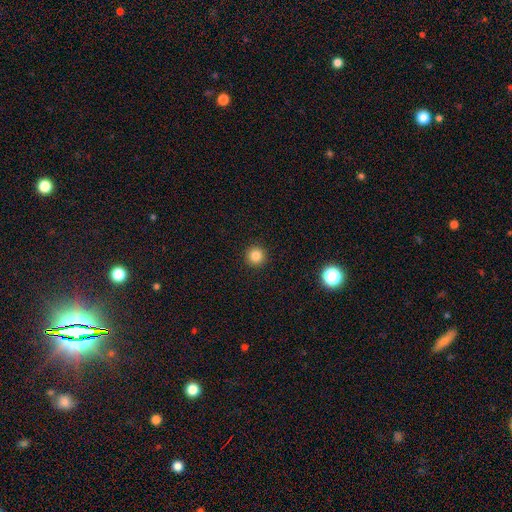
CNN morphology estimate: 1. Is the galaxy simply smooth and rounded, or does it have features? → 83% smooth, 12% star or artifact, 4% featured or disk.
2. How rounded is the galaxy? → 96% round, 3% in between, 1% cigar-shaped.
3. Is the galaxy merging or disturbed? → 93% none, 4% minor disturbance, 2% major disturbance, 1% merger.